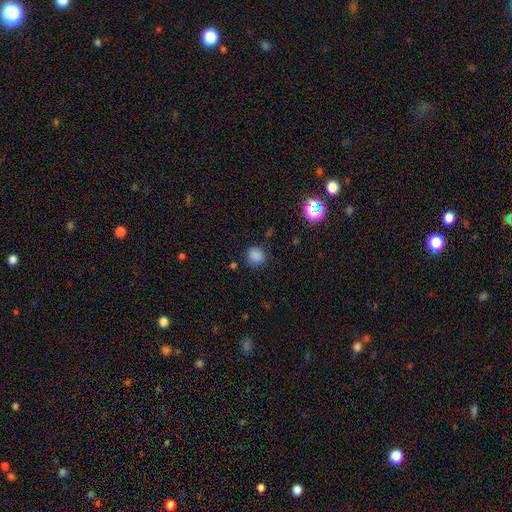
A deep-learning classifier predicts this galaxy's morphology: type=smooth (82%); roundness=round (84%); merging=none (82%).